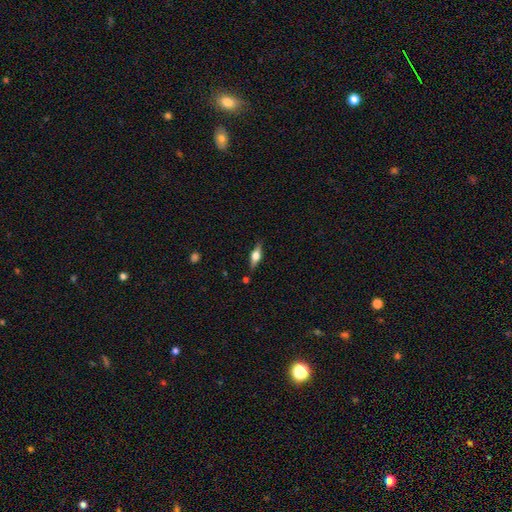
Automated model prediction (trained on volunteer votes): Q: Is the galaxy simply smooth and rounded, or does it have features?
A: featured or disk — 64%.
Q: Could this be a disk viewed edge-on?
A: yes — 96%.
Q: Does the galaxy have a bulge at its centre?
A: rounded — 93%.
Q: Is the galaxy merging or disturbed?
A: none — 84%.